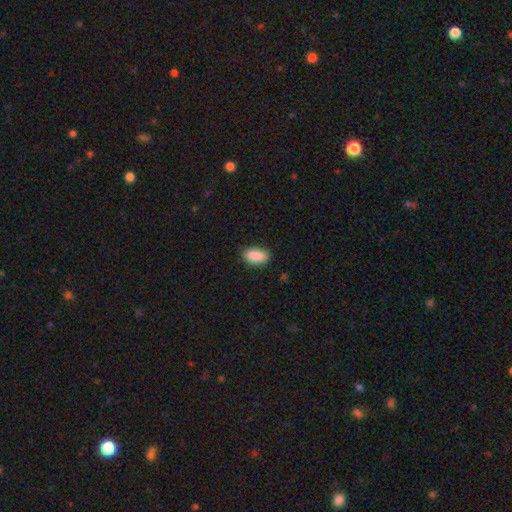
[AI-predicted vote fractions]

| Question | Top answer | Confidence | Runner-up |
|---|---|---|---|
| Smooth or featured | smooth | 89% | star or artifact (7%) |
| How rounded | in between | 93% | round (4%) |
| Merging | none | 84% | minor disturbance (12%) |